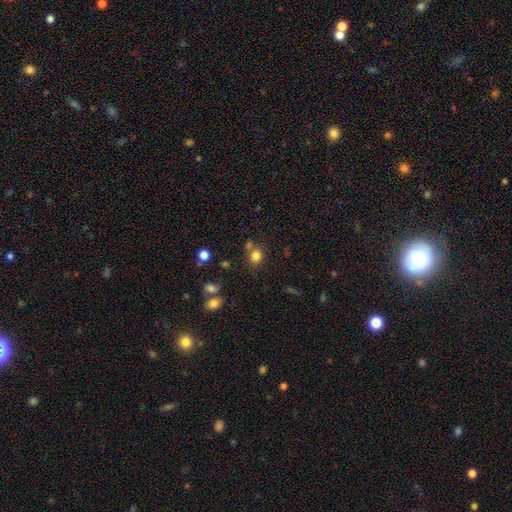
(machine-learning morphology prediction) Overall: smooth (81%). How rounded: round (72%). Merging: none (68%).